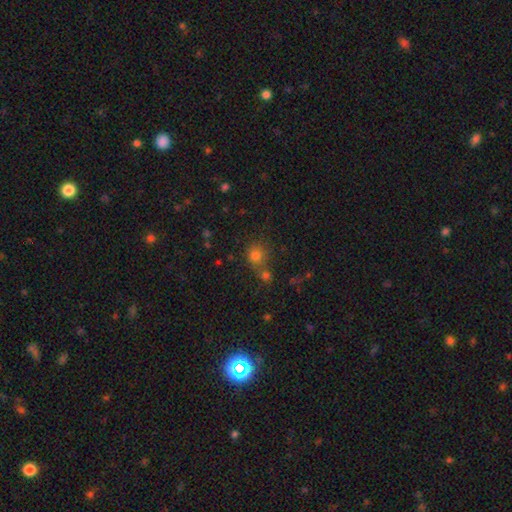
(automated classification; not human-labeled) Morphology: type=smooth (76%); roundness=round (84%); merging=none (53%).